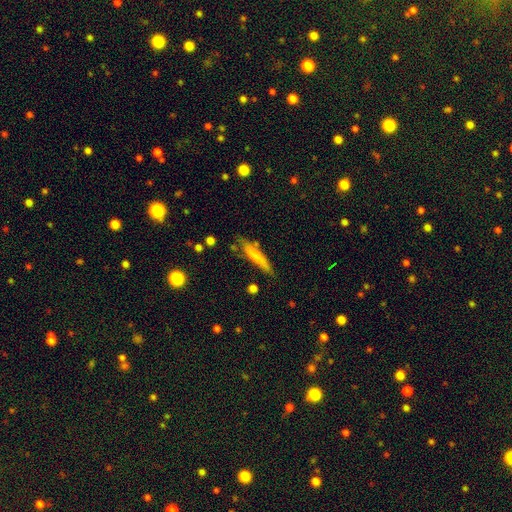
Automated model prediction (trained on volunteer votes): This is likely a smooth galaxy (70%). How rounded: clearly cigar-shaped (88%). Merging: likely none (69%).